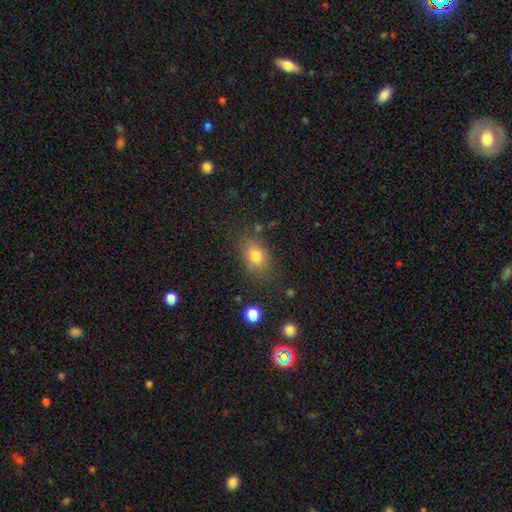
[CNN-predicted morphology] smooth-or-featured: smooth: 78% | star or artifact: 12% | featured or disk: 10%
  how-rounded: in between: 73% | round: 25% | cigar-shaped: 2%
  merging: none: 78% | minor disturbance: 14% | major disturbance: 5% | merger: 3%